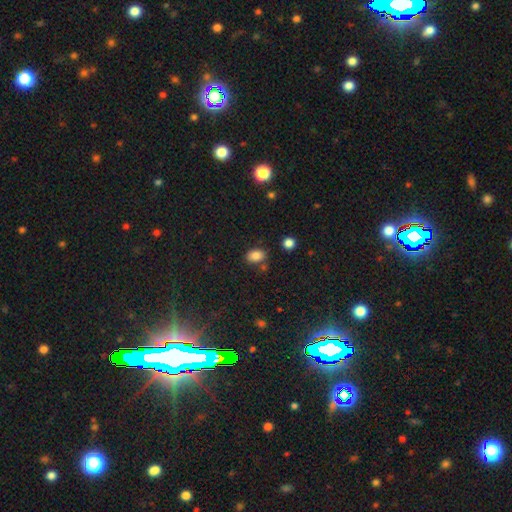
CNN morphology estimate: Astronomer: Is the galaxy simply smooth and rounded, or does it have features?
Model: smooth — 83%.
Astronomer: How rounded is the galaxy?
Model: in between — 80%.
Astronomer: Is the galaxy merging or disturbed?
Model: none — 76%.